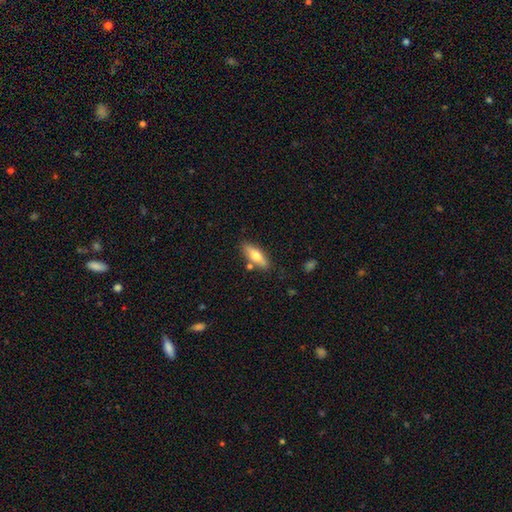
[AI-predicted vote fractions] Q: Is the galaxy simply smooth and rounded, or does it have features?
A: smooth — 63%.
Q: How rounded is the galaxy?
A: cigar-shaped — 49%, tied with in between.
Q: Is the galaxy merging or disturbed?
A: none — 80%.